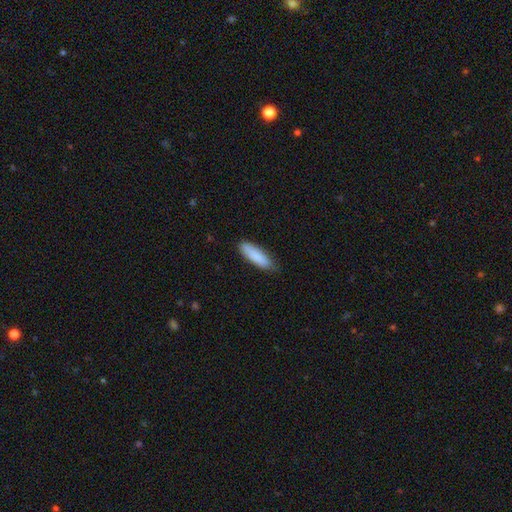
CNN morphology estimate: The model was most divided on "how rounded": cigar-shaped: 58%, in between: 41%, round: 1%. More confident: smooth or featured — smooth (88%); merging — none (80%).